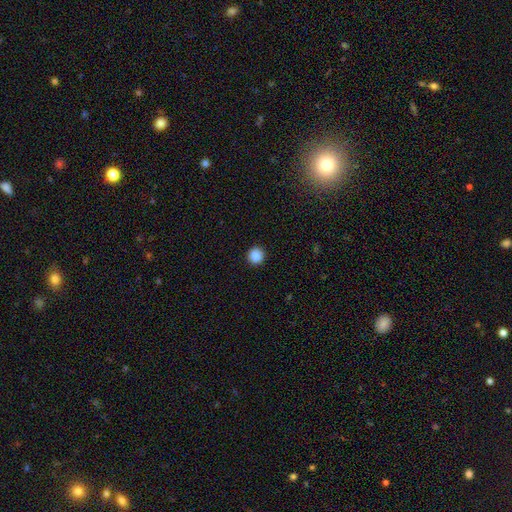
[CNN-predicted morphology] Smooth or featured? Predicted: smooth (p=0.88). How rounded? Predicted: round (p=0.95). Merging? Predicted: none (p=0.93).